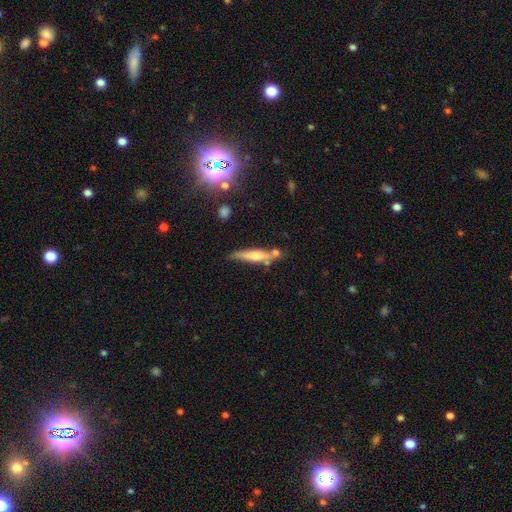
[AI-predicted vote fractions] Smooth or featured: smooth — 48% (featured or disk — 46%)
Merging: none — 65% (minor disturbance — 16%)